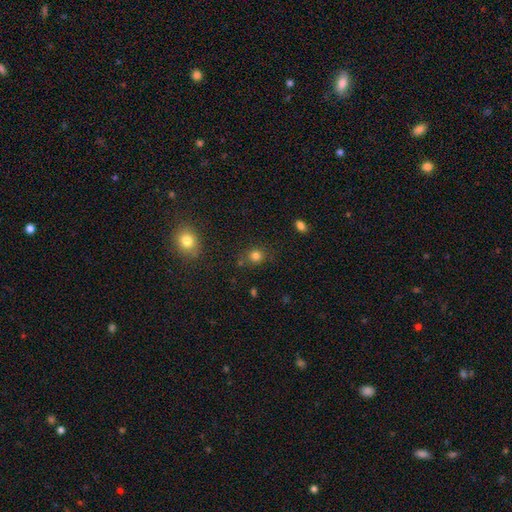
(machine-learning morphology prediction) Overall: smooth (79%). How rounded: round (82%). Merging: none (79%).